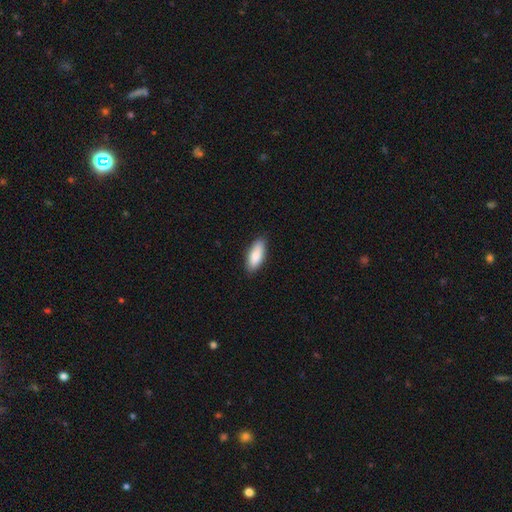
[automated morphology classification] Overall: smooth (86%). How rounded: in between (78%). Merging: none (86%).